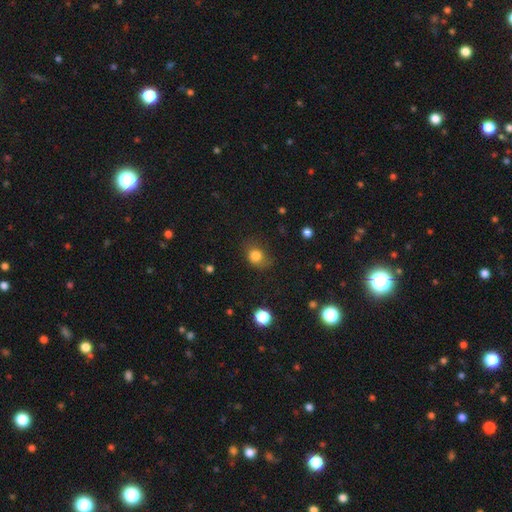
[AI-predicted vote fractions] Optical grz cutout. It shows a smooth galaxy with no disk features (81%) that is round (59%). Merging: none (62%).